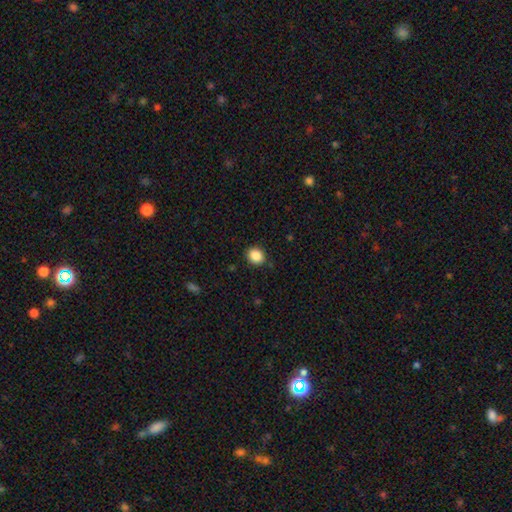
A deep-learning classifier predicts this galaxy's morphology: Smooth or featured: smooth — 87% (star or artifact — 10%)
How rounded: round — 70% (in between — 29%)
Merging: none — 88% (minor disturbance — 8%)